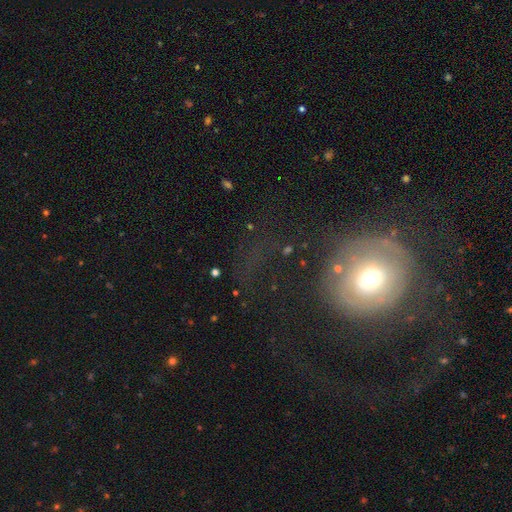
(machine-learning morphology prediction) A smooth galaxy with no disk features (41%). Merging: none (50%).